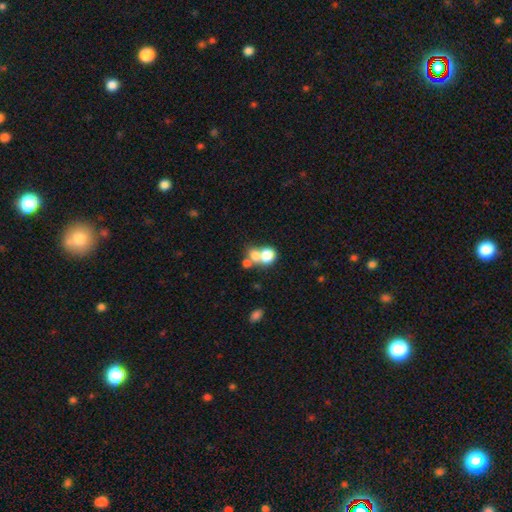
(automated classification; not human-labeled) smooth_or_featured: smooth (p=0.71) [alt: featured or disk p=0.16]
how_rounded: round (p=0.68) [alt: in between p=0.31]
merging: merger (p=0.57) [alt: none p=0.32]